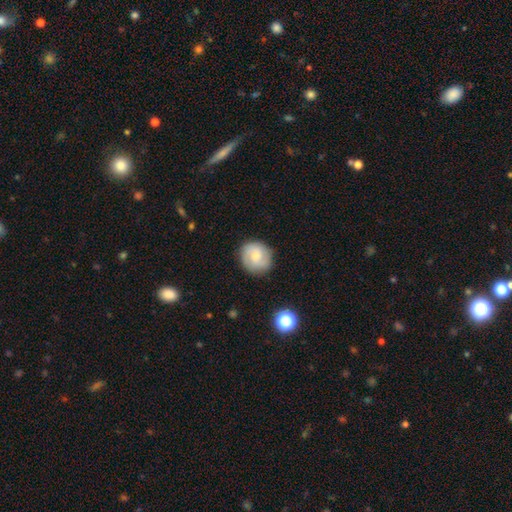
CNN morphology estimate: smooth_or_featured: smooth (p=0.55) [alt: featured or disk p=0.37]
how_rounded: round (p=0.86) [alt: in between p=0.13]
merging: none (p=0.84) [alt: minor disturbance p=0.12]